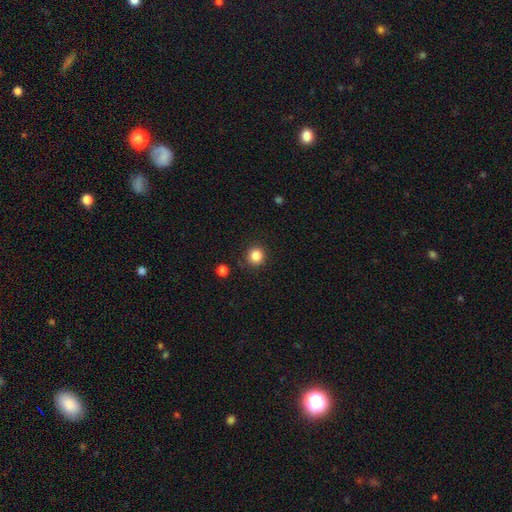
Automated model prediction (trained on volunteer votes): Q: Smooth or featured?
A: smooth (85%); runner-up: star or artifact (11%)
Q: How rounded?
A: round (94%); runner-up: in between (5%)
Q: Merging?
A: none (89%); runner-up: minor disturbance (7%)